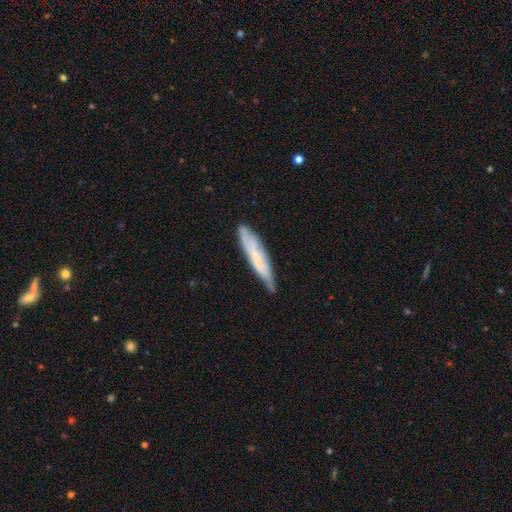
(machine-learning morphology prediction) Overall: smooth (53%; featured or disk 40%). How rounded: cigar-shaped (85%). Merging: none (64%; minor disturbance 28%).